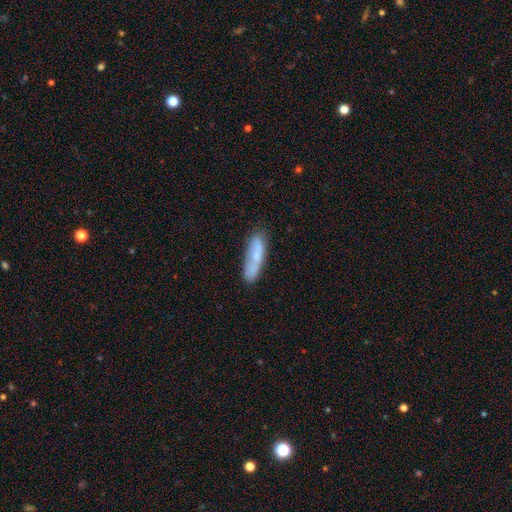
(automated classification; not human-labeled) Smooth or featured? smooth (63%)
How rounded? cigar-shaped (59%)
Merging? none (63%)